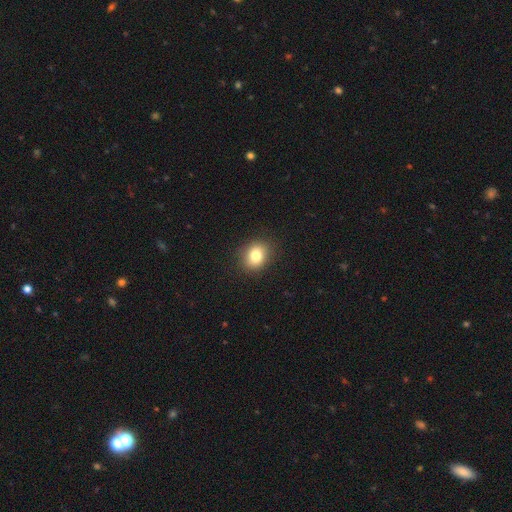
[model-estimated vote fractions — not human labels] A smooth galaxy with no disk features (82%) that is round (57%). Merging: none (88%).